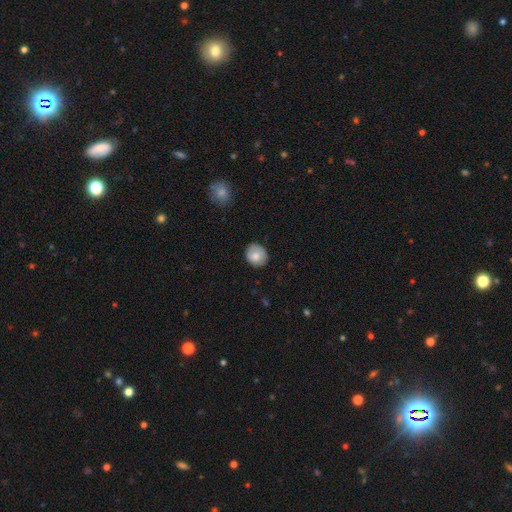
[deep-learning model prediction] Q: Smooth or featured?
A: smooth (79%); runner-up: featured or disk (13%)
Q: How rounded?
A: round (72%); runner-up: in between (27%)
Q: Merging?
A: none (82%); runner-up: minor disturbance (14%)